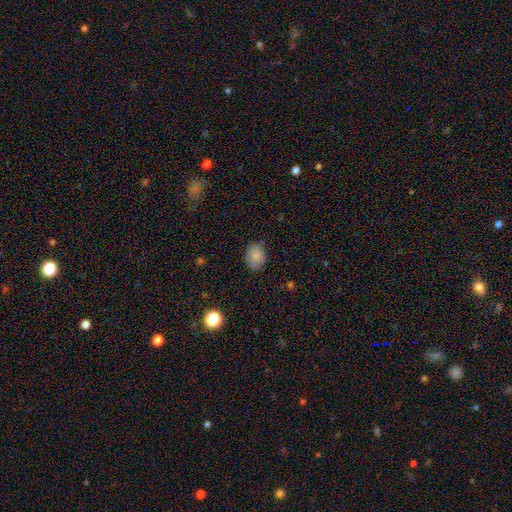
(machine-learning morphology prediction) smooth_or_featured: smooth (p=0.83) [alt: star or artifact p=0.09]
how_rounded: in between (p=0.56) [alt: round p=0.43]
merging: none (p=0.75) [alt: minor disturbance p=0.20]